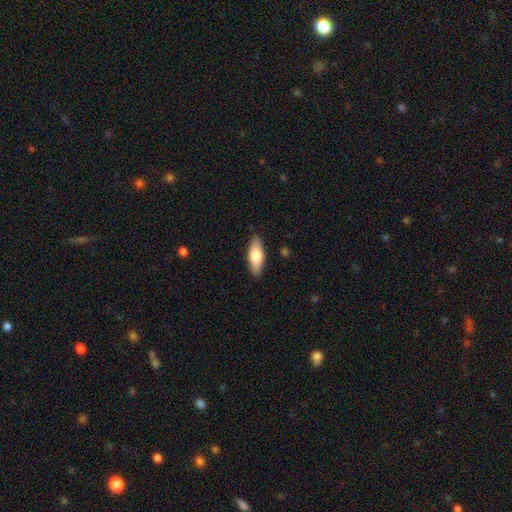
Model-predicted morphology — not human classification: Q: Smooth or featured?
A: smooth (73%); runner-up: featured or disk (21%)
Q: How rounded?
A: in between (73%); runner-up: cigar-shaped (24%)
Q: Merging?
A: none (87%); runner-up: minor disturbance (10%)